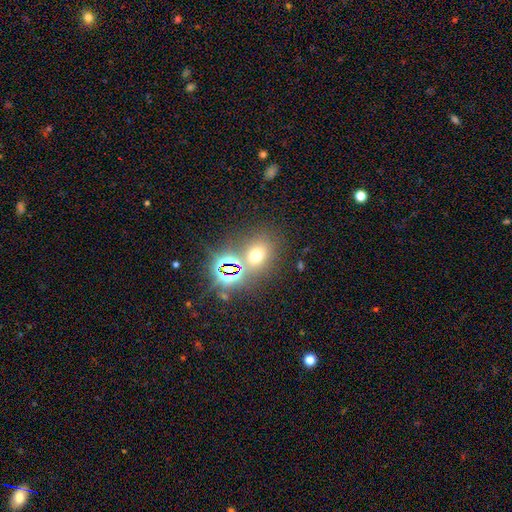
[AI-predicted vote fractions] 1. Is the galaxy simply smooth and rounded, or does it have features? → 54% smooth, 35% star or artifact, 11% featured or disk.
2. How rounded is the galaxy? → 57% round, 41% in between, 1% cigar-shaped.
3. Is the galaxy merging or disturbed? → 69% none, 15% merger, 10% minor disturbance, 5% major disturbance.